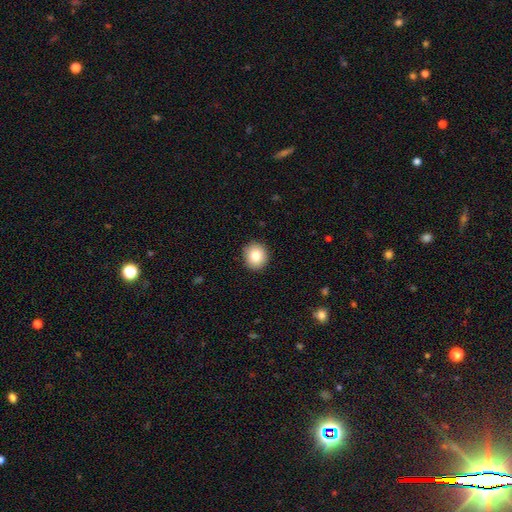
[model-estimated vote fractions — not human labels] This appears to be a smooth galaxy with no disk features (85%) that is round (79%). Merging: none (91%).